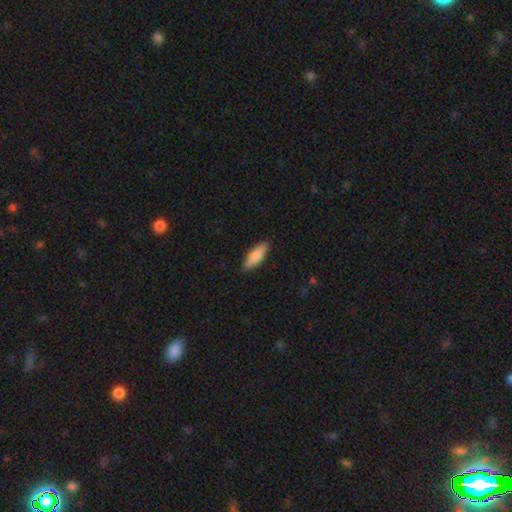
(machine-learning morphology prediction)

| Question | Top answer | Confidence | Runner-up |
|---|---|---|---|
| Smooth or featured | smooth | 83% | featured or disk (11%) |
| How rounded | in between | 53% | cigar-shaped (45%) |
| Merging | none | 87% | minor disturbance (10%) |